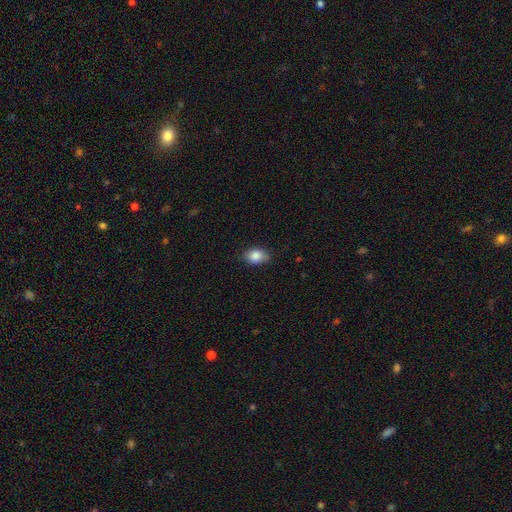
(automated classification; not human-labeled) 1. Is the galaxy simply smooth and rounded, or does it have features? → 86% smooth, 8% star or artifact, 6% featured or disk.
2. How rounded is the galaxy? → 78% in between, 21% round, 1% cigar-shaped.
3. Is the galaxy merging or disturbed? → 77% none, 19% minor disturbance, 3% major disturbance, 1% merger.